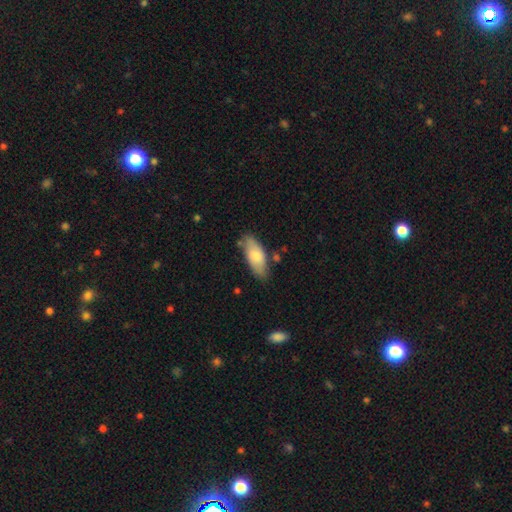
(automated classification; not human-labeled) A smooth galaxy with no disk features (72%) that is in between round and cigar-shaped (84%). Merging: none (74%).